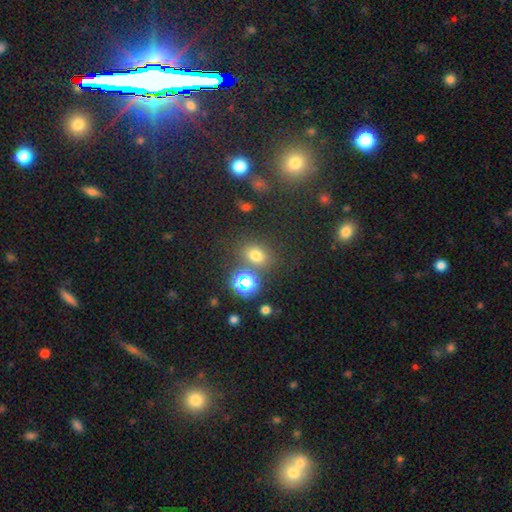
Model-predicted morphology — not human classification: Smooth or featured?
  - smooth: 65% *
  - star or artifact: 27%
  - featured or disk: 8%
How rounded?
  - round: 54% *
  - in between: 45%
  - cigar-shaped: 2%
Merging?
  - none: 71% *
  - merger: 12%
  - minor disturbance: 11%
  - major disturbance: 5%